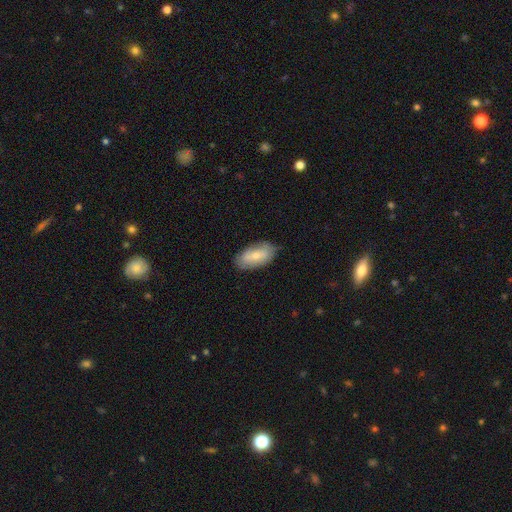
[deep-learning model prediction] Smooth or featured? Predicted: smooth (p=0.63). How rounded? Predicted: in between (p=0.92). Merging? Predicted: none (p=0.80).